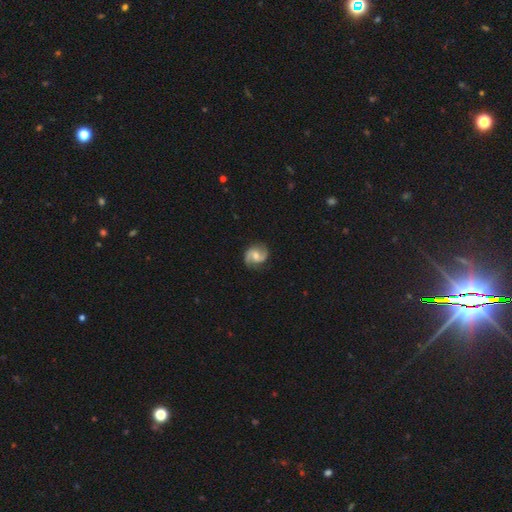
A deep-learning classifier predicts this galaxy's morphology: featured or disk 84%, smooth 11%, star or artifact 5%. Down the decision tree: edge-on disk — no (98%); bar — weak (46%); spiral arms — yes (97%); spiral arm count — 2 (93%); spiral winding — medium (52%); bulge size — moderate (60%); merging — none (84%).